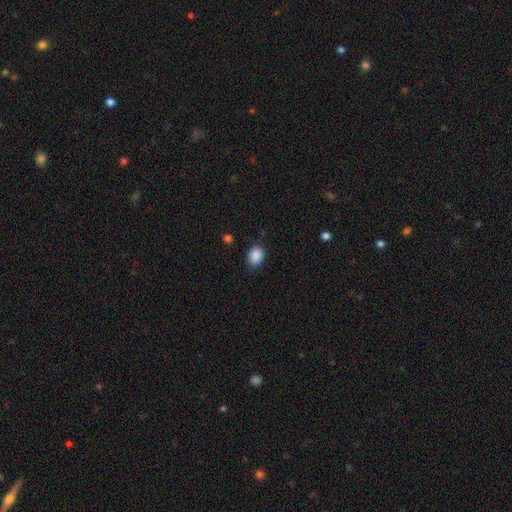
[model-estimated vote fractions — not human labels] smooth-or-featured: smooth: 88% | star or artifact: 8% | featured or disk: 4%
  how-rounded: in between: 65% | round: 34% | cigar-shaped: 1%
  merging: none: 81% | minor disturbance: 14% | major disturbance: 3% | merger: 1%